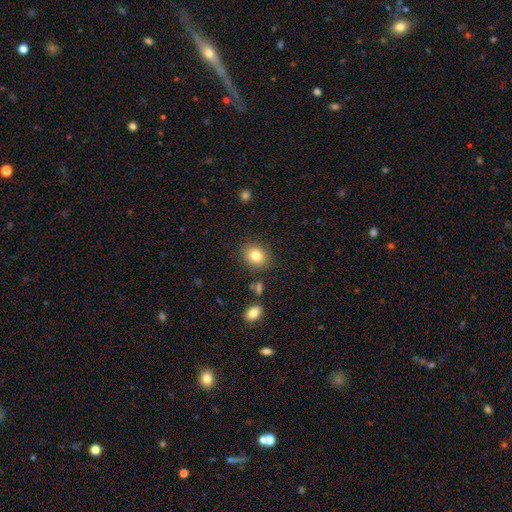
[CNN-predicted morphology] type=smooth (82%); roundness=round (61%); merging=none (85%).